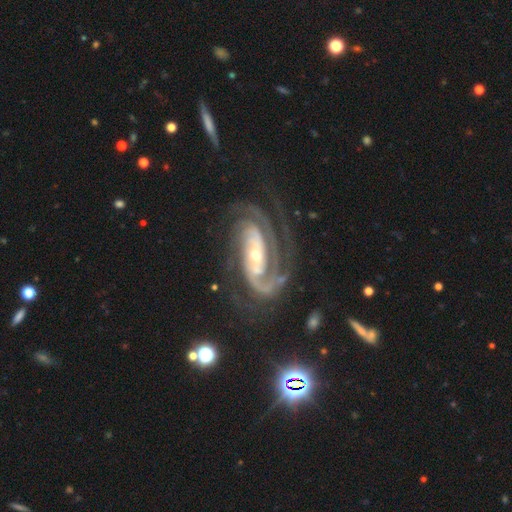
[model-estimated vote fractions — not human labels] Smooth or featured? featured or disk (92%)
Edge-on disk? no (96%)
Bar? no (45%)
Spiral arms? yes (98%)
Spiral winding? tight (52%)
Spiral arm count? 2 (50%)
Bulge size? small (51%)
Merging? none (61%)